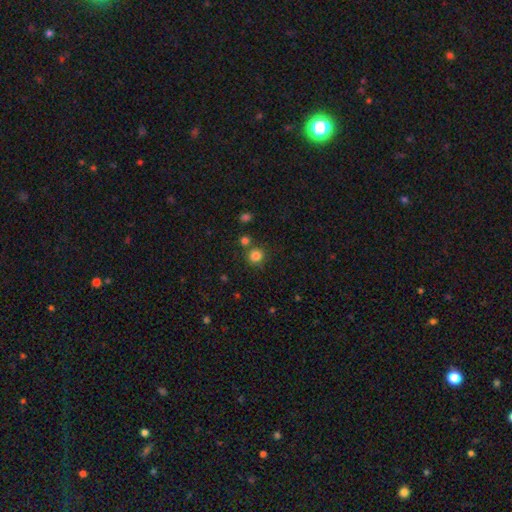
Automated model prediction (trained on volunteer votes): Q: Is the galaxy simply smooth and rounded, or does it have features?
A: smooth — 83%.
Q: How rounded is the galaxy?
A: round — 92%.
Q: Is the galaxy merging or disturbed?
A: none — 78%.